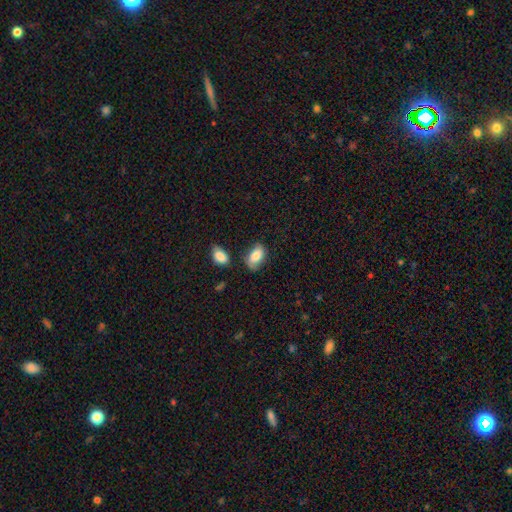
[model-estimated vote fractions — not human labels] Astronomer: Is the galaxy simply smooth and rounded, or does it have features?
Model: smooth — 79%.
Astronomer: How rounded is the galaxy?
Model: in between — 92%.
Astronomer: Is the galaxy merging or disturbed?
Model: none — 62%.